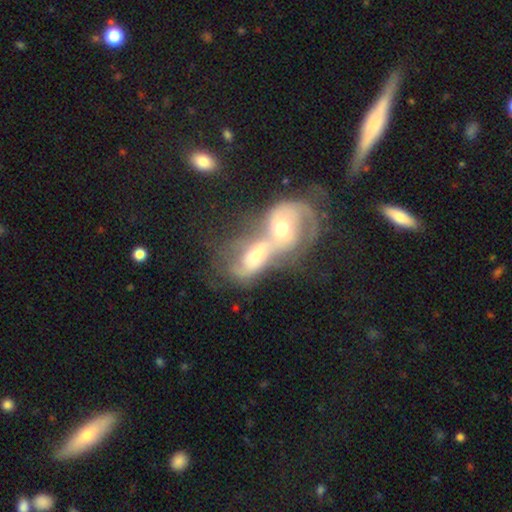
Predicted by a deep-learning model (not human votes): Smooth or featured? featured or disk (61%)
Edge-on disk? no (94%)
Bar? no (59%)
Spiral arms? yes (75%)
Bulge size? moderate (64%)
Merging? merger (83%)